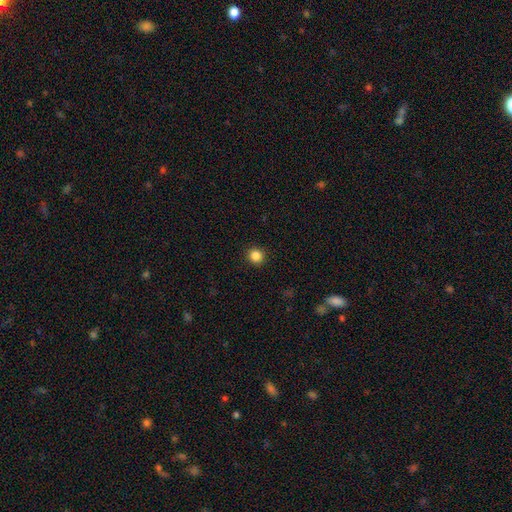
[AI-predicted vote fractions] Morphology: type=smooth (86%); roundness=round (91%); merging=none (92%).